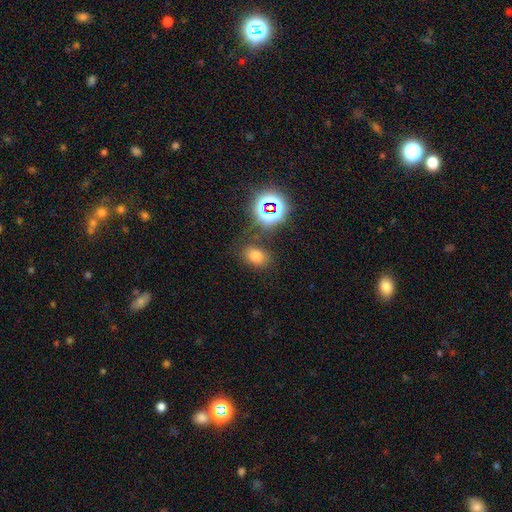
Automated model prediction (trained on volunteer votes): Smooth or featured: smooth — 68% (star or artifact — 24%)
How rounded: in between — 75% (round — 24%)
Merging: none — 75% (minor disturbance — 13%)